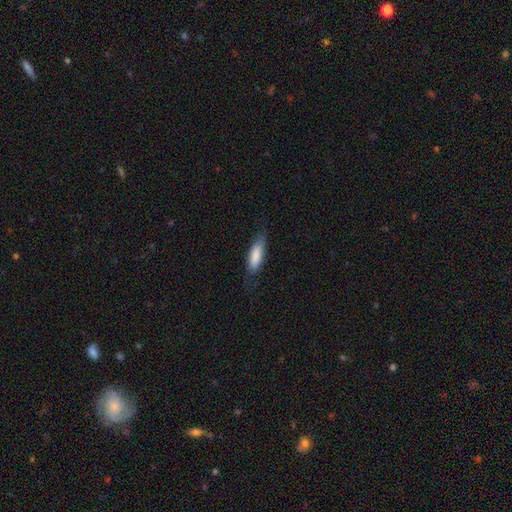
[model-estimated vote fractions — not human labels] Smooth or featured? smooth (81%)
How rounded? in between (53%)
Merging? none (73%)